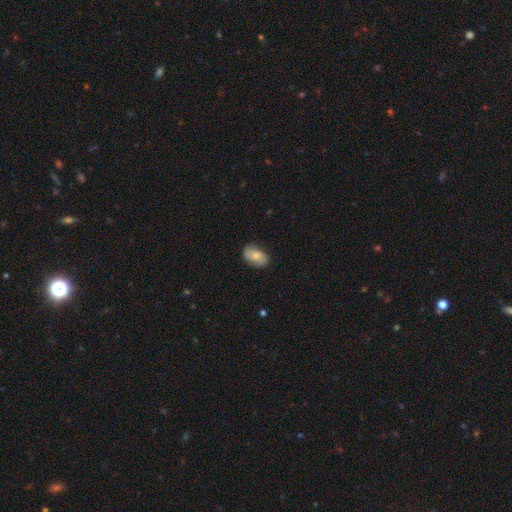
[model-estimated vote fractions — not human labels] Smooth or featured: smooth — 69% (featured or disk — 24%)
How rounded: in between — 88% (round — 10%)
Merging: none — 76% (minor disturbance — 19%)